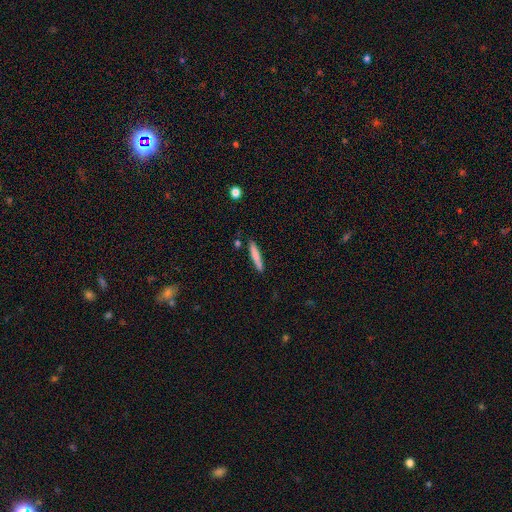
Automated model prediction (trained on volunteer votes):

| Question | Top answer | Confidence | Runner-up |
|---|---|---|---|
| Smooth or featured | smooth | 71% | featured or disk (23%) |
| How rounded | cigar-shaped | 93% | in between (5%) |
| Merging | none | 86% | minor disturbance (10%) |